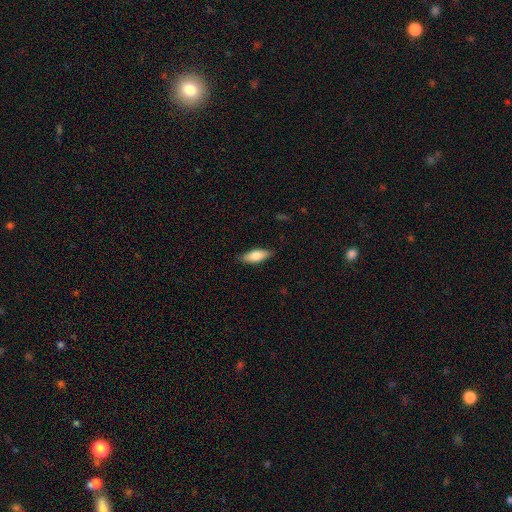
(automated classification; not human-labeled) Smooth or featured?
  - smooth: 80% *
  - featured or disk: 14%
  - star or artifact: 6%
How rounded?
  - in between: 74% *
  - cigar-shaped: 24%
  - round: 2%
Merging?
  - none: 84% *
  - minor disturbance: 12%
  - major disturbance: 2%
  - merger: 1%